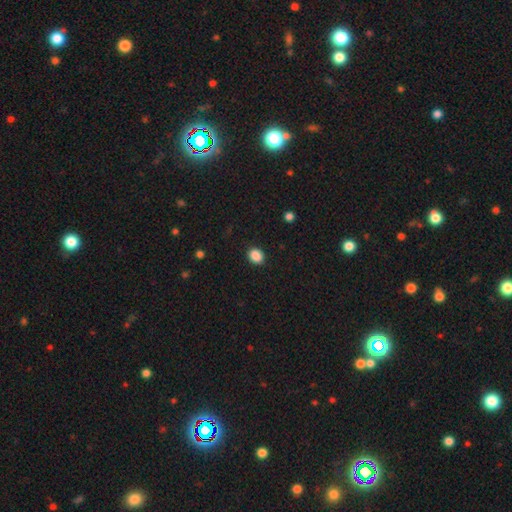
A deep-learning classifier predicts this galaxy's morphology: Q: Smooth or featured?
A: smooth (88%); runner-up: star or artifact (9%)
Q: How rounded?
A: round (55%); runner-up: in between (44%)
Q: Merging?
A: none (90%); runner-up: minor disturbance (7%)